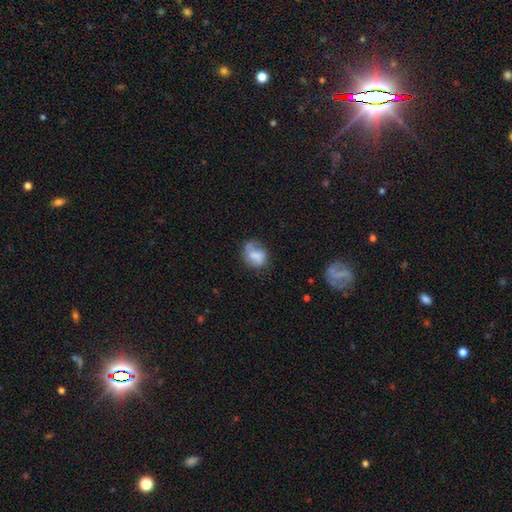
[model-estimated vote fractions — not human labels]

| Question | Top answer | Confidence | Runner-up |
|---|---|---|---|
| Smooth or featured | smooth | 66% | featured or disk (24%) |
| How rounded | in between | 52% | round (47%) |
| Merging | none | 42% | minor disturbance (29%) |